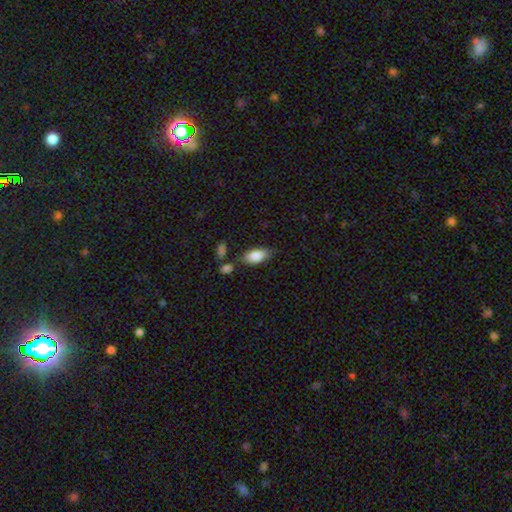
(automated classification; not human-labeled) A smooth galaxy with no disk features (84%) that is in between round and cigar-shaped (89%). Merging: none (69%).